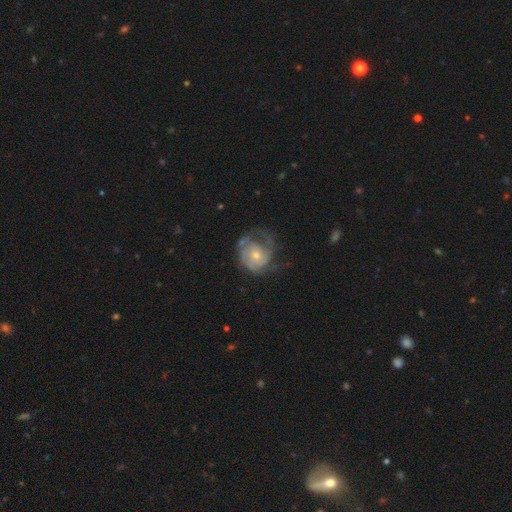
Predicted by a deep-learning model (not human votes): smooth-or-featured: featured or disk: 69% | smooth: 25% | star or artifact: 6%
  disk-edge-on: no: 98% | yes: 2%
    bar: no: 79% | weak: 19% | strong: 3%
    has-spiral-arms: yes: 81% | no: 19%
      spiral-winding: tight: 50% | medium: 33% | loose: 17%
      spiral-arm-count: can't tell: 32% (tied) | 2: 32% (tied) | 1: 18% | 3: 12% | 4: 3% | more than 4: 3%
    bulge-size: small: 50% | moderate: 44% | large: 3% | none: 2% | dominant: 1%
  merging: none: 39% | major disturbance: 32% | minor disturbance: 25% | merger: 3%